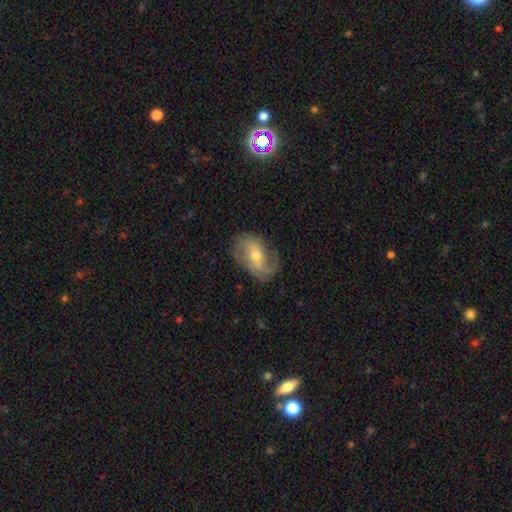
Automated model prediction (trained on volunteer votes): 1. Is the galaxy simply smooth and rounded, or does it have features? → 74% featured or disk, 19% smooth, 7% star or artifact.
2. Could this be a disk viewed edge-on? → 95% no, 5% yes.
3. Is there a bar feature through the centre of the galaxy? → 43% weak, 35% no, 21% strong.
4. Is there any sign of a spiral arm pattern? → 91% yes, 9% no.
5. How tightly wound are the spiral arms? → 42% loose, 38% medium, 19% tight.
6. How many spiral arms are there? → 64% 2, 13% can't tell, 13% 1, 7% 3, 2% 4, 2% more than 4.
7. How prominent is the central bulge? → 57% moderate, 39% small, 2% large, 1% none, 1% dominant.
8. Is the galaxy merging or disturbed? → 69% none, 20% minor disturbance, 10% major disturbance, 1% merger.